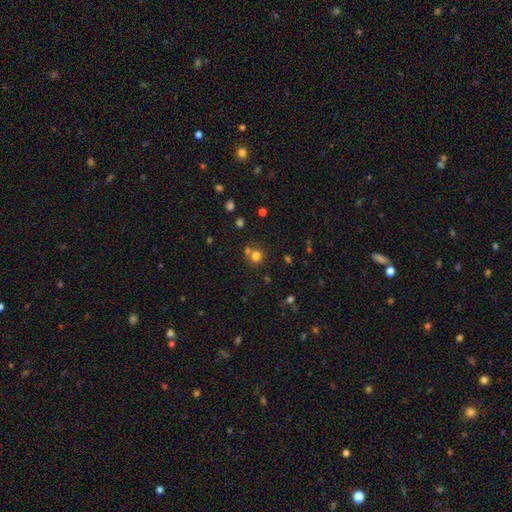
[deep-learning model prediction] smooth-or-featured: smooth: 74% | star or artifact: 17% | featured or disk: 8%
  how-rounded: round: 89% | in between: 10% | cigar-shaped: 1%
  merging: none: 62% | merger: 27% | minor disturbance: 8% | major disturbance: 3%